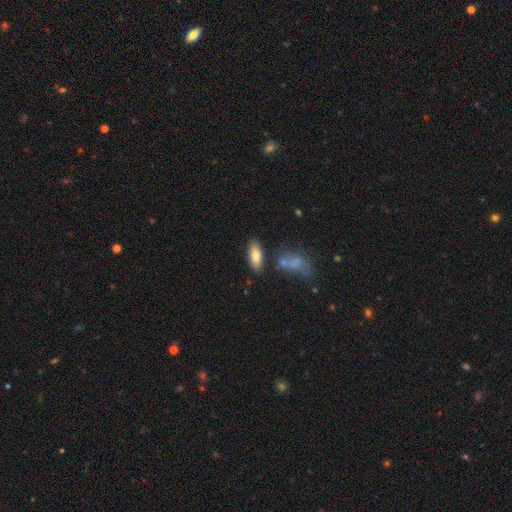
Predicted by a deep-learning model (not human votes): smooth 77%, featured or disk 16%, star or artifact 7%. Down the decision tree: how rounded — in between (82%); merging — none (80%).